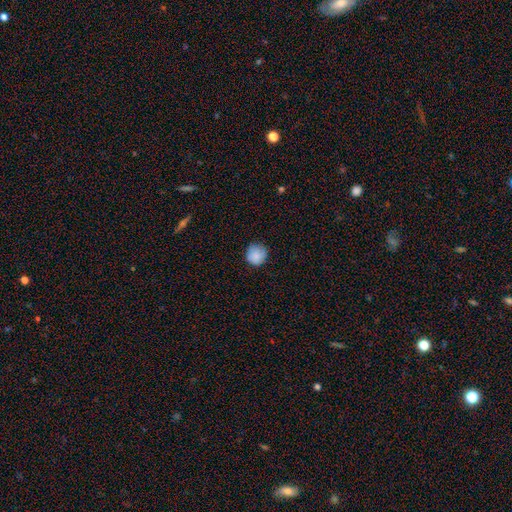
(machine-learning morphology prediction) Smooth or featured?
  - smooth: 86% *
  - star or artifact: 8%
  - featured or disk: 6%
How rounded?
  - round: 93% *
  - in between: 6%
  - cigar-shaped: 1%
Merging?
  - none: 82% *
  - minor disturbance: 15%
  - major disturbance: 3%
  - merger: 1%